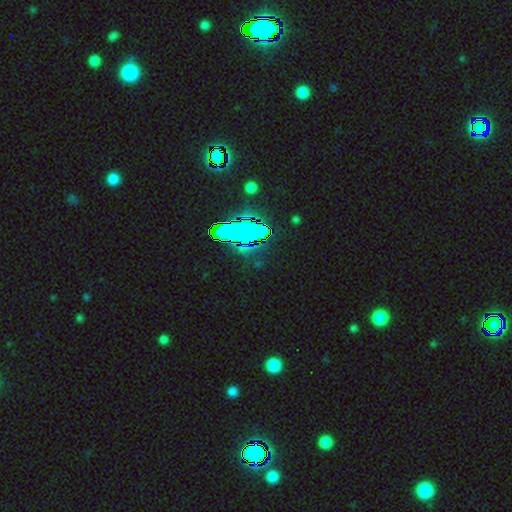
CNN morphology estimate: Overall: star or artifact (81%).